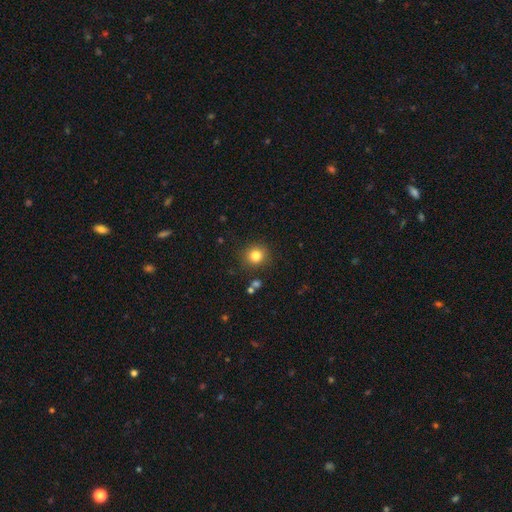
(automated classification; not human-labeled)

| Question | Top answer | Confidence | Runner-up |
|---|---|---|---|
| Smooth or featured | smooth | 82% | star or artifact (12%) |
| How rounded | round | 89% | in between (10%) |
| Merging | none | 88% | minor disturbance (7%) |